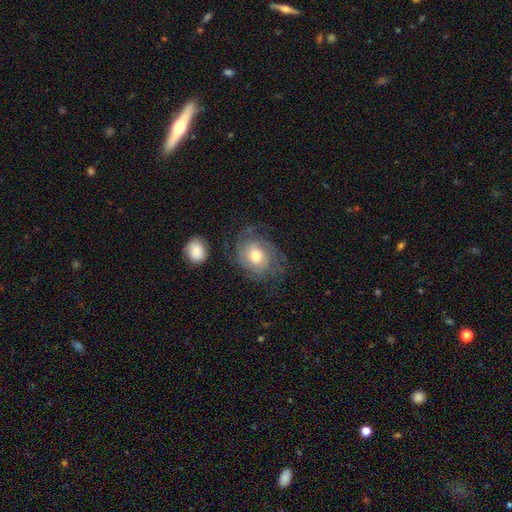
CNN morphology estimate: This appears to be a featured or disk galaxy (66%) with no bar (68%), tight (56%) spiral arms (87%) and a moderate central bulge (67%). Merging: none (66%).